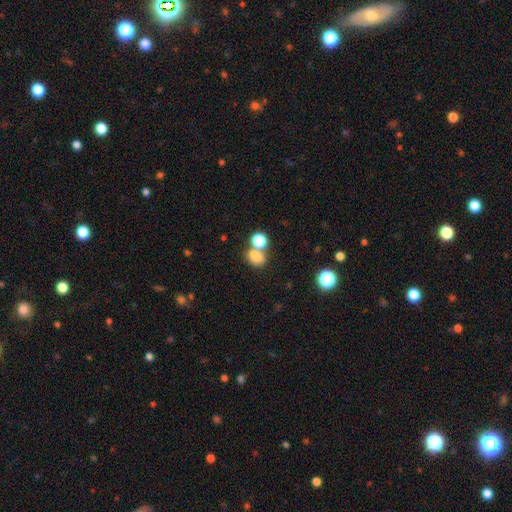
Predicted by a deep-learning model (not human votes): smooth 78%, star or artifact 14%, featured or disk 8%. Down the decision tree: how rounded — in between (59%); merging — none (43%).